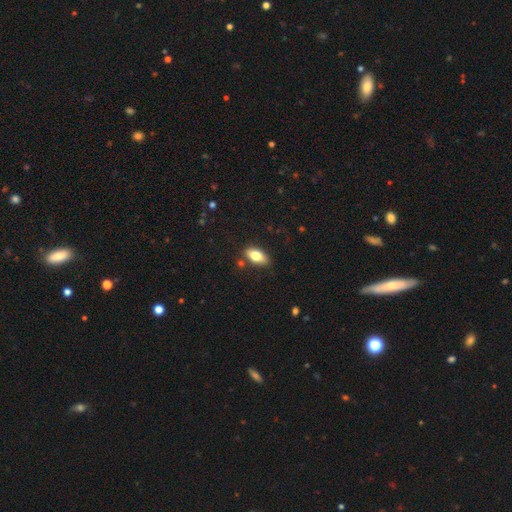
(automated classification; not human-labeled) Smooth or featured? Predicted: smooth (p=0.74). How rounded? Predicted: in between (p=0.87). Merging? Predicted: none (p=0.80).